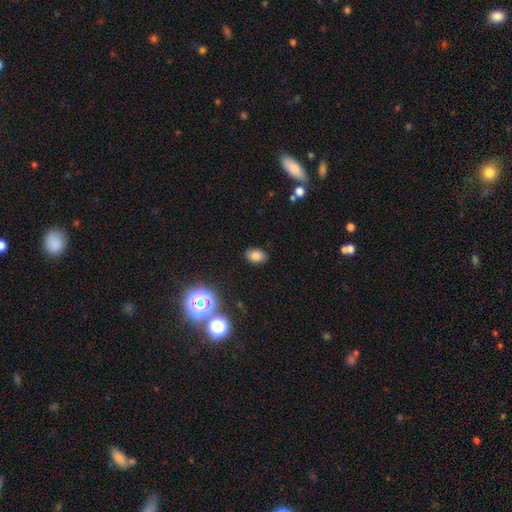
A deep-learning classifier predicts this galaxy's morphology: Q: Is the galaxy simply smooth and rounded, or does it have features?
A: smooth — 78%.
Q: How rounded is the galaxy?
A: in between — 79%.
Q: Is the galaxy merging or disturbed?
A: none — 87%.